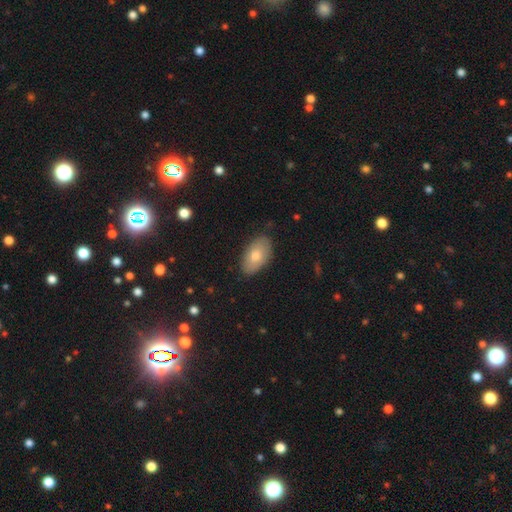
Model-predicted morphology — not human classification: Smooth or featured?
  - smooth: 75% *
  - featured or disk: 18%
  - star or artifact: 8%
How rounded?
  - in between: 94% *
  - round: 4%
  - cigar-shaped: 2%
Merging?
  - none: 86% *
  - minor disturbance: 11%
  - major disturbance: 2%
  - merger: 1%